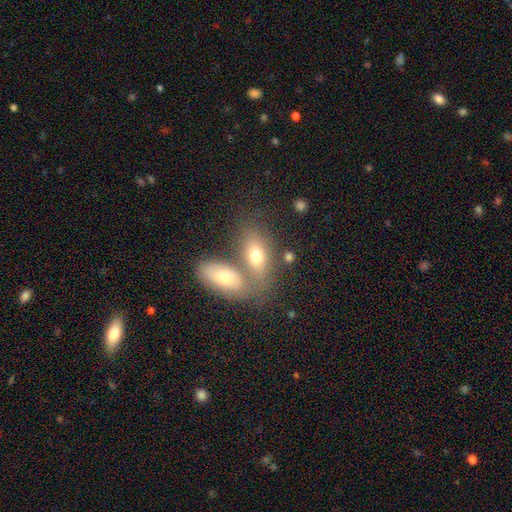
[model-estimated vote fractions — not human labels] Smooth or featured: smooth — 68% (featured or disk — 23%)
How rounded: in between — 85% (round — 9%)
Merging: merger — 44% (none — 40%)